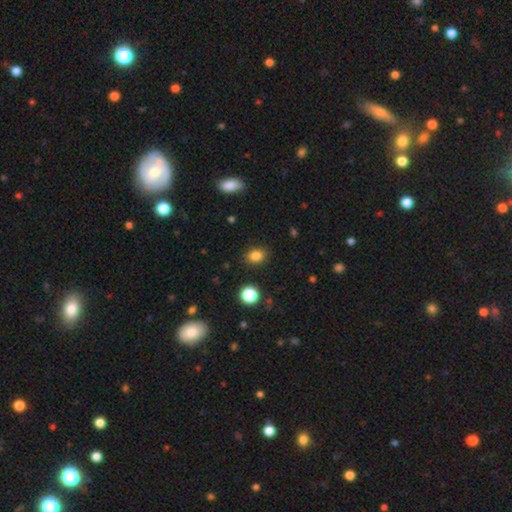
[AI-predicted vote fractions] Smooth or featured? Predicted: smooth (p=0.84). How rounded? Predicted: in between (p=0.60). Merging? Predicted: none (p=0.87).